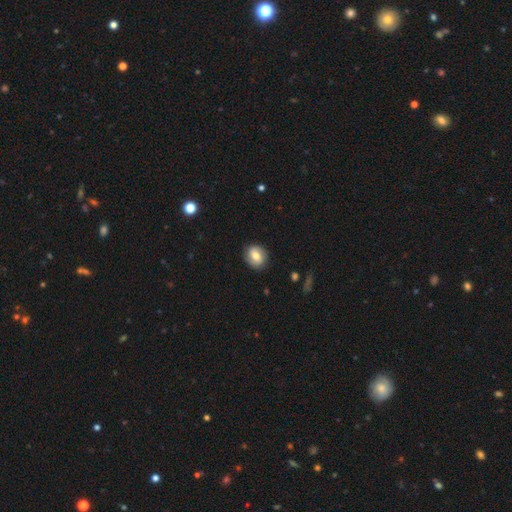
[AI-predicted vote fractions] smooth 59%, featured or disk 32%, star or artifact 8%. Down the decision tree: how rounded — round (64%); merging — none (85%).